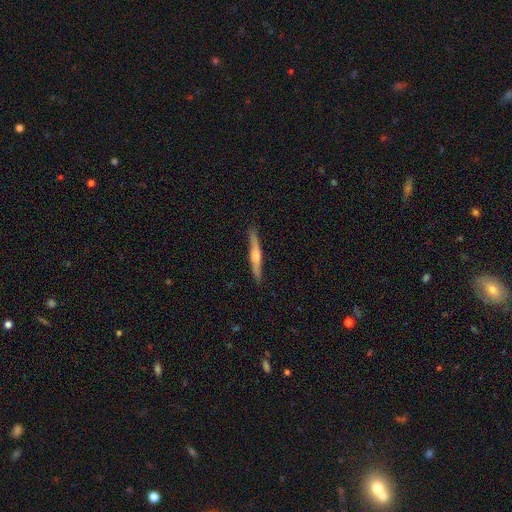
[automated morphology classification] A featured or disk galaxy (60%) viewed edge-on (96%) with a rounded central bulge (78%).

Vote fractions:
- Smooth or featured? featured or disk: 60% / smooth: 35% / star or artifact: 5%
- Edge-on disk? yes: 96% / no: 4%
- Edge-on bulge? rounded: 78% / none: 13% / boxy: 10%
- Merging? none: 88% / minor disturbance: 9% / major disturbance: 2% / merger: 1%